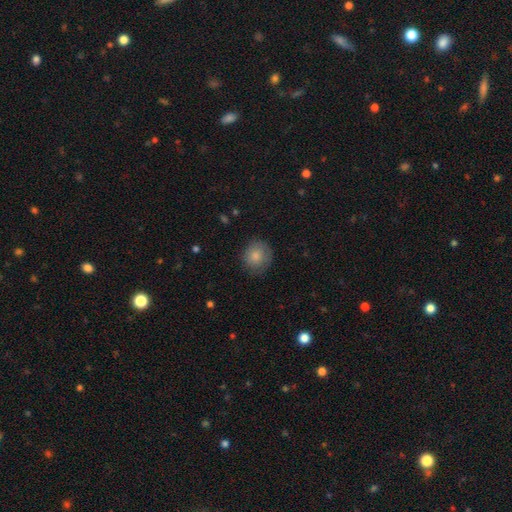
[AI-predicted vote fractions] A smooth galaxy with no disk features (81%) that is round (81%). Merging: none (77%).